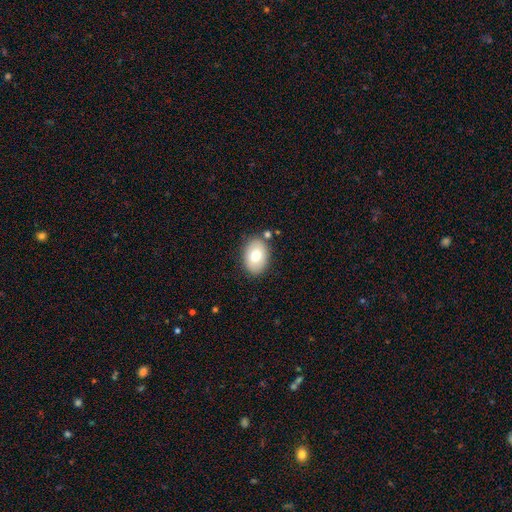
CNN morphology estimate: type=smooth (75%); roundness=in between (81%); merging=none (81%).